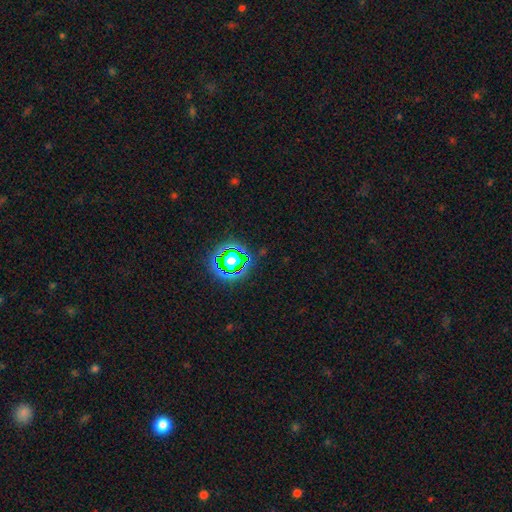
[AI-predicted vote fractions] A star or artifact, not a galaxy (79%).